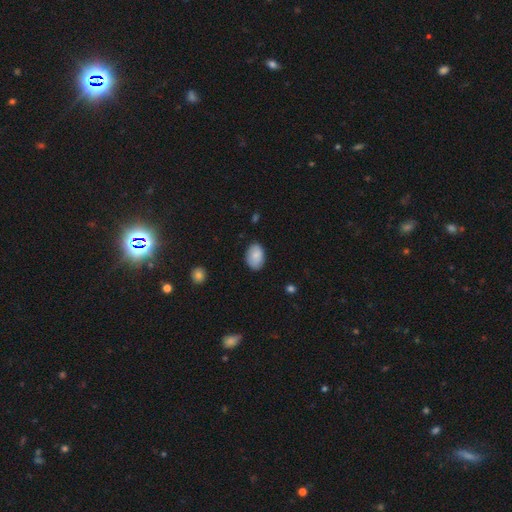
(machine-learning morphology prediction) Smooth or featured? smooth (85%)
How rounded? in between (88%)
Merging? none (81%)